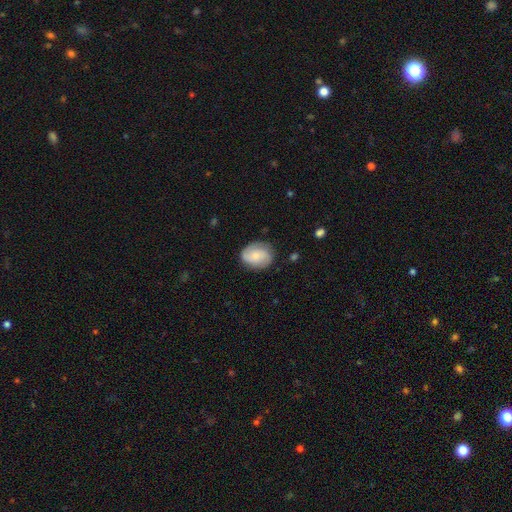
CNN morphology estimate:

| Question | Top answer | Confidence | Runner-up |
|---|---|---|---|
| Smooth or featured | featured or disk | 50% | smooth (43%) |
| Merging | none | 79% | minor disturbance (15%) |